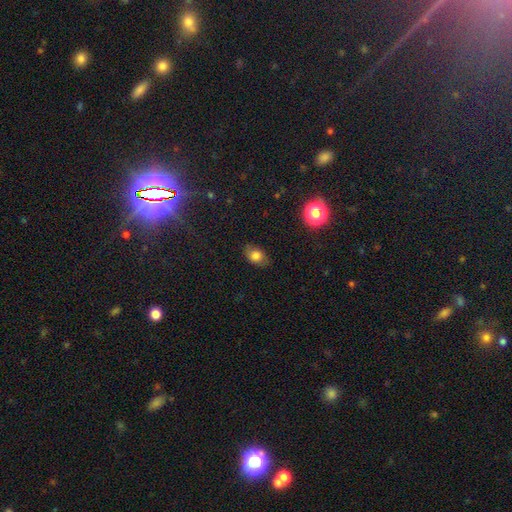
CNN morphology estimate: Smooth or featured?
  - smooth: 78% *
  - star or artifact: 12%
  - featured or disk: 11%
How rounded?
  - in between: 78% *
  - round: 20%
  - cigar-shaped: 2%
Merging?
  - none: 80% *
  - minor disturbance: 16%
  - major disturbance: 4%
  - merger: 1%